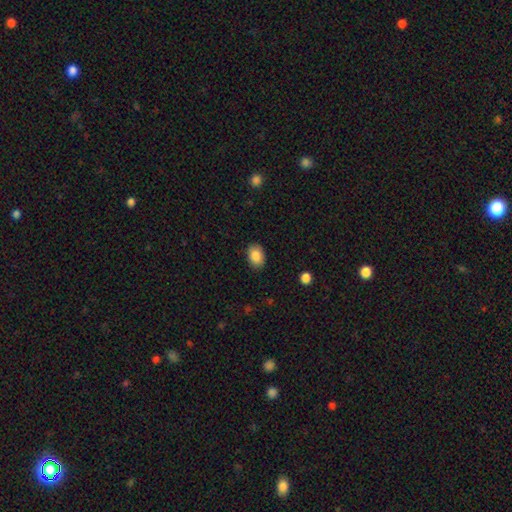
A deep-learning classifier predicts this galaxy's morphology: smooth 87%, star or artifact 7%, featured or disk 5%. Down the decision tree: how rounded — in between (82%); merging — none (87%).